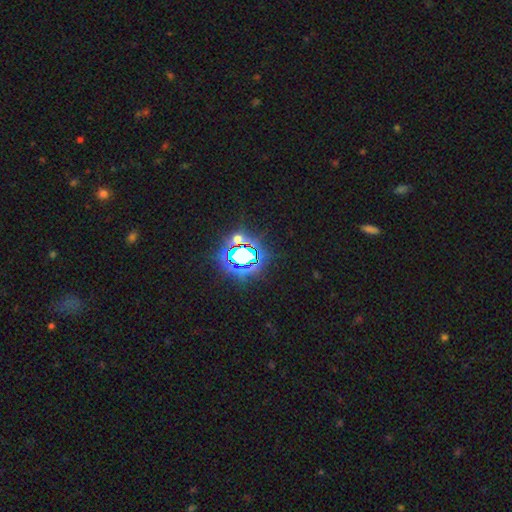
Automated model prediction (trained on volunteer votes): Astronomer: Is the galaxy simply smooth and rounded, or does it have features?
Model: star or artifact — 80%.